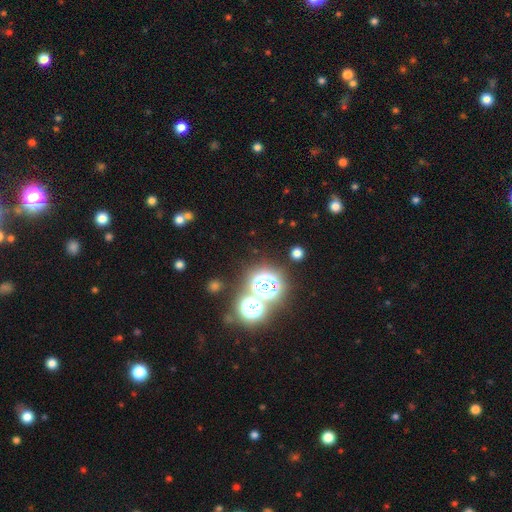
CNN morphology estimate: type=star or artifact (77%).